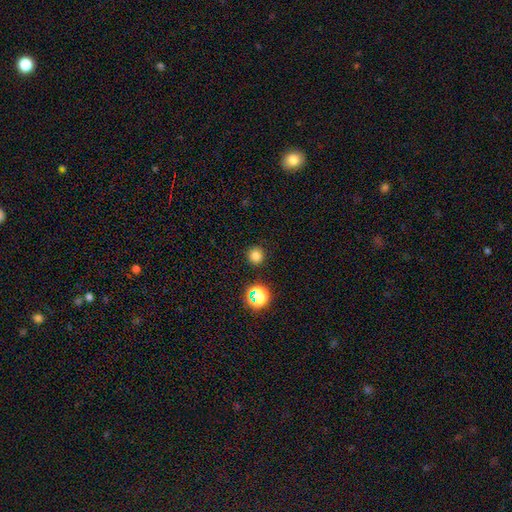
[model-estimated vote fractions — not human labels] This is likely a smooth galaxy (78%). How rounded: clearly round (95%). Merging: clearly none (91%).